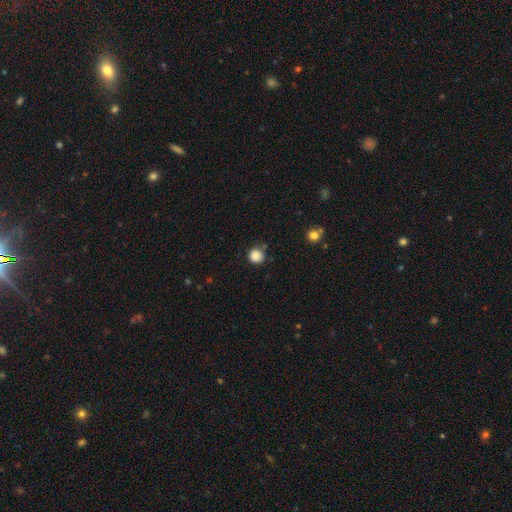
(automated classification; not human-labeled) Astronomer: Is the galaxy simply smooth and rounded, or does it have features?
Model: smooth — 86%.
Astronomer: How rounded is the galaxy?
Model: round — 92%.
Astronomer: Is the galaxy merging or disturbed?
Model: none — 79%.